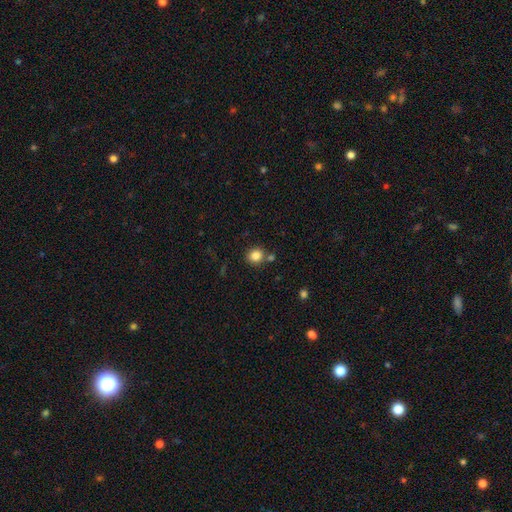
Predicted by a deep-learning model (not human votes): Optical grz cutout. It shows a smooth galaxy with no disk features (84%) that is round (85%). Merging: none (76%).